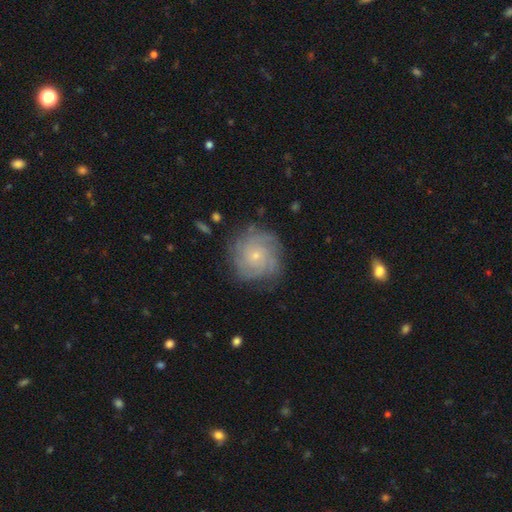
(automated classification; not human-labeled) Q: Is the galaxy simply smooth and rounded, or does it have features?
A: featured or disk — 74%.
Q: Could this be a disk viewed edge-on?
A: no — 97%.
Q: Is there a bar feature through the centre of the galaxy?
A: no — 81%.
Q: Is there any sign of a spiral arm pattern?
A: yes — 93%.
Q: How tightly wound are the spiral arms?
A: tight — 72%.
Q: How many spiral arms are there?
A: can't tell — 35%.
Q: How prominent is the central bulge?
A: small — 77%.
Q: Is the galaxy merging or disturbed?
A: none — 80%.